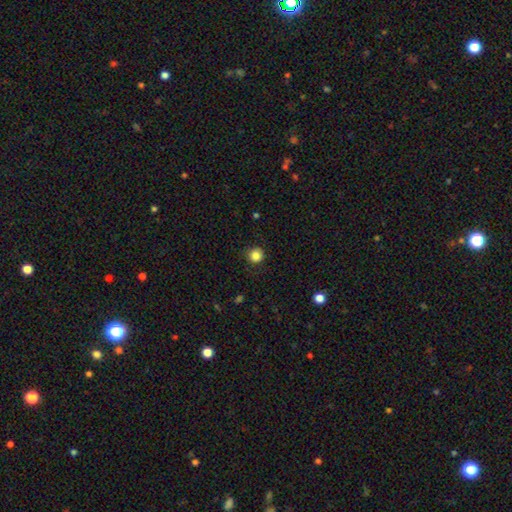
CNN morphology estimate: Smooth or featured? smooth (85%)
How rounded? round (93%)
Merging? none (86%)